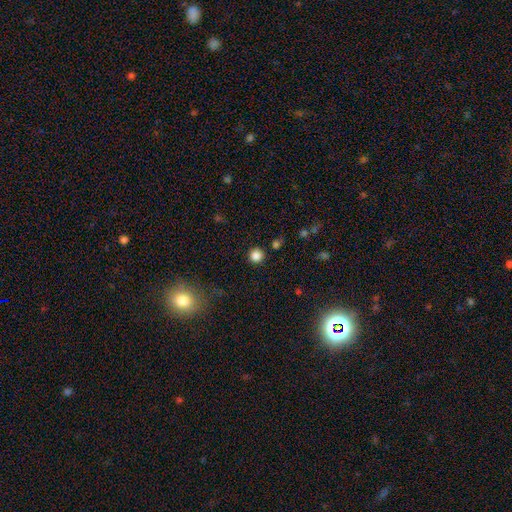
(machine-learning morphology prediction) This is clearly a smooth galaxy (84%). How rounded: clearly round (94%). Merging: clearly none (89%).